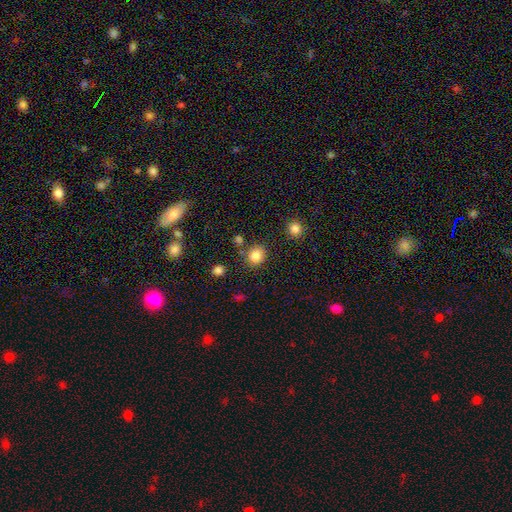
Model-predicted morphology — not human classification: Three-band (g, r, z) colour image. It shows a smooth galaxy with no disk features (84%) that is round (77%). Merging: none (80%).